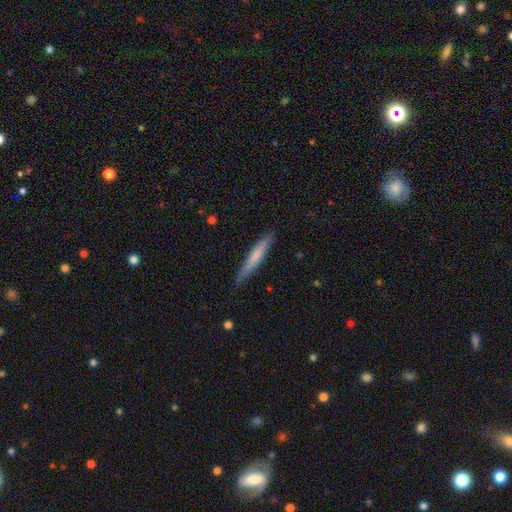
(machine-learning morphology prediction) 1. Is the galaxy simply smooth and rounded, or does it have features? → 66% smooth, 28% featured or disk, 5% star or artifact.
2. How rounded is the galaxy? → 94% cigar-shaped, 5% in between, 1% round.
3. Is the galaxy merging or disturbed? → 84% none, 13% minor disturbance, 2% major disturbance, 1% merger.